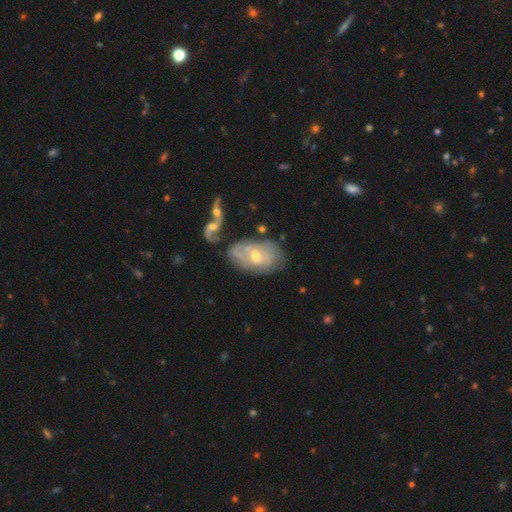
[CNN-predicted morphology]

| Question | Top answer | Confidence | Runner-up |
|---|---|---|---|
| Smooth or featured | featured or disk | 73% | smooth (20%) |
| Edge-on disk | no | 94% | yes (6%) |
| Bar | no | 55% | weak (36%) |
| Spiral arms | yes | 77% | no (23%) |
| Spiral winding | tight | 49% | medium (33%) |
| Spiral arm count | can't tell | 46% | 2 (30%) |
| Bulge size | moderate | 49% | small (47%) |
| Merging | none | 52% | minor disturbance (22%) |